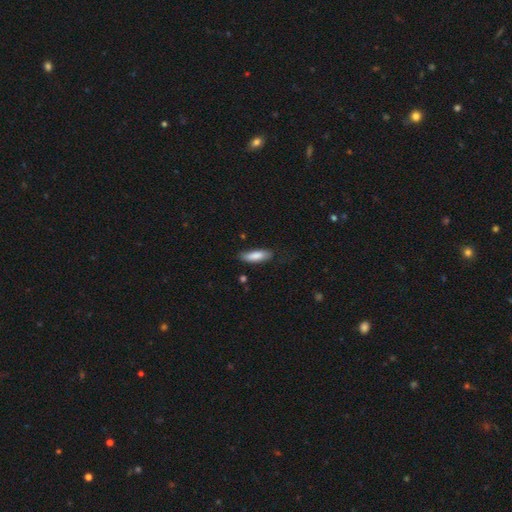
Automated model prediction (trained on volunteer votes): This appears to be a smooth galaxy with no disk features (84%) that is in between round and cigar-shaped (54%). Merging: none (73%).